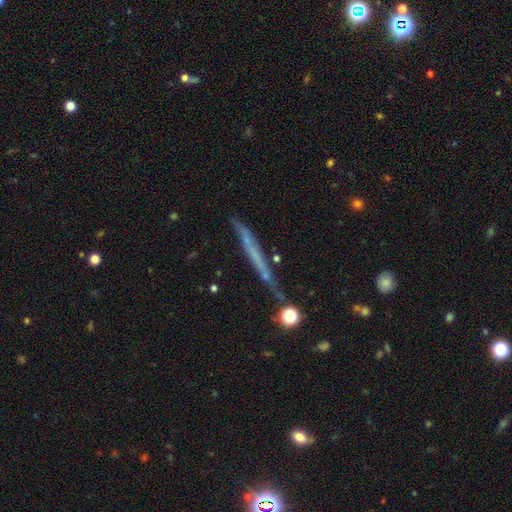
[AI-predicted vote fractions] A featured or disk galaxy (48%).

Vote fractions:
- Smooth or featured? featured or disk: 48% / smooth: 41% / star or artifact: 11%
- Merging? none: 65% / minor disturbance: 20% / major disturbance: 8% / merger: 6%